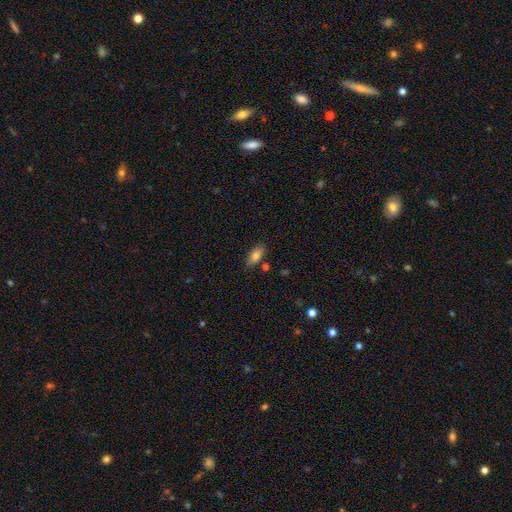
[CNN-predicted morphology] Smooth or featured? Predicted: smooth (p=0.81). How rounded? Predicted: in between (p=0.87). Merging? Predicted: none (p=0.78).